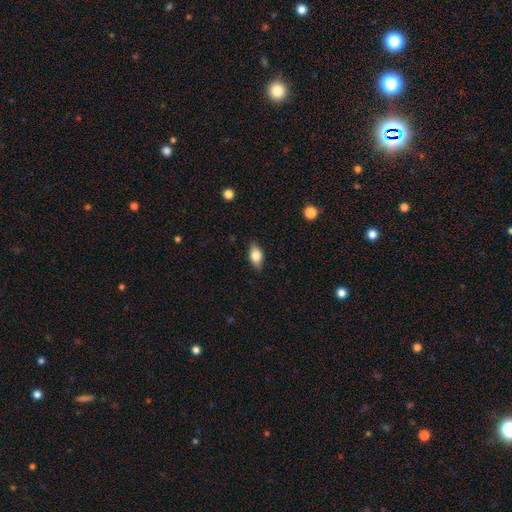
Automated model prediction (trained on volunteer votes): smooth_or_featured: smooth (p=0.76) [alt: featured or disk p=0.16]
how_rounded: in between (p=0.87) [alt: round p=0.07]
merging: none (p=0.85) [alt: minor disturbance p=0.11]